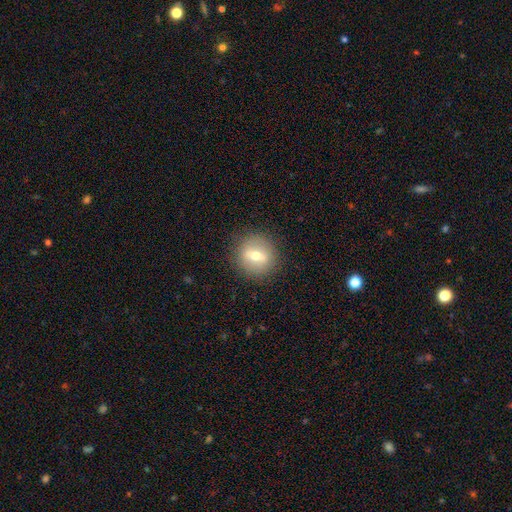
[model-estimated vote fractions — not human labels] Smooth or featured? Predicted: smooth (p=0.48). Merging? Predicted: none (p=0.88).